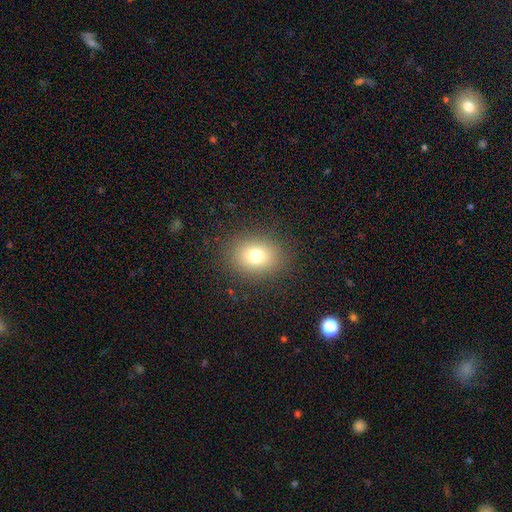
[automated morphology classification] This appears to be a smooth galaxy with no disk features (76%) that is round (50%). Merging: none (87%).